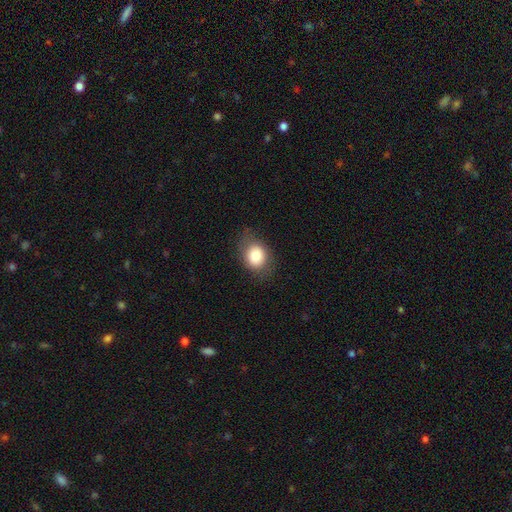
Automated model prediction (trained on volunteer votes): smooth-or-featured: smooth: 80% | featured or disk: 11% | star or artifact: 9%
  how-rounded: in between: 50% | round: 49% | cigar-shaped: 1%
  merging: none: 75% | minor disturbance: 18% | major disturbance: 6% | merger: 1%